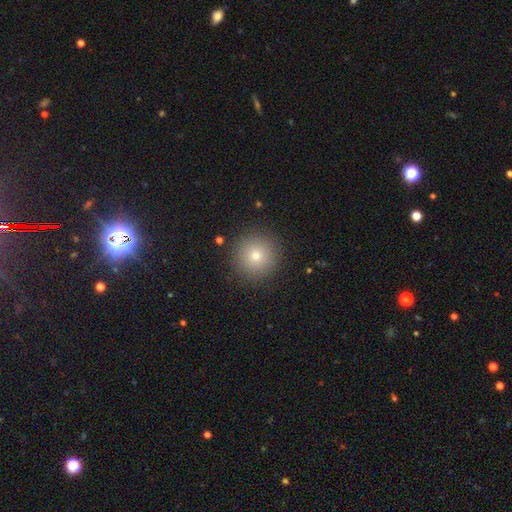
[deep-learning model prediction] smooth 75%, star or artifact 16%, featured or disk 10%. Down the decision tree: how rounded — round (96%); merging — none (91%).